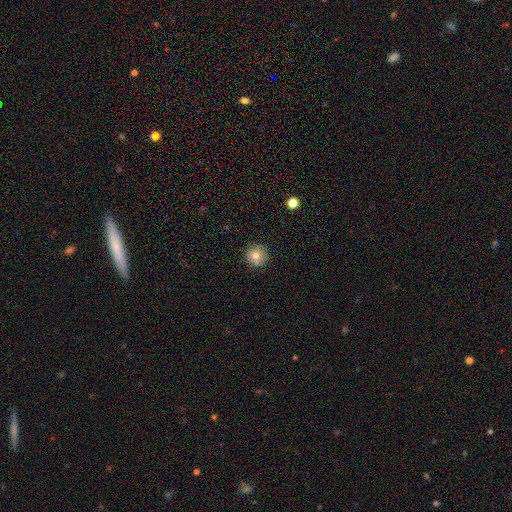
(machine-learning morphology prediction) smooth-or-featured: smooth: 75% | featured or disk: 14% | star or artifact: 11%
  how-rounded: round: 95% | in between: 4% | cigar-shaped: 1%
  merging: none: 84% | minor disturbance: 9% | merger: 5% | major disturbance: 2%